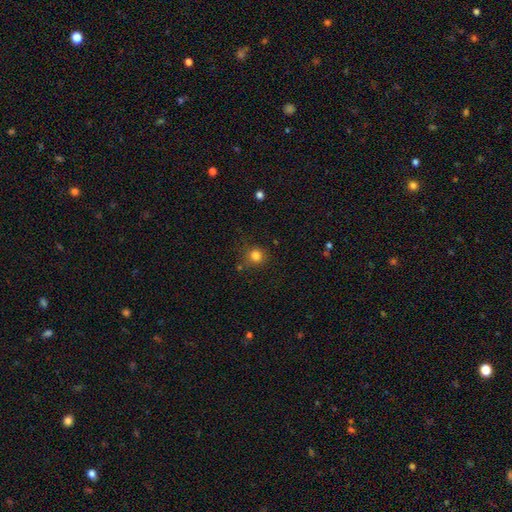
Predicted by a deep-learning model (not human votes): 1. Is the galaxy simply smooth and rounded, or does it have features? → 81% smooth, 13% star or artifact, 5% featured or disk.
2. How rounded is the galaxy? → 89% round, 10% in between, 1% cigar-shaped.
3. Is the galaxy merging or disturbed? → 78% none, 13% minor disturbance, 5% major disturbance, 4% merger.